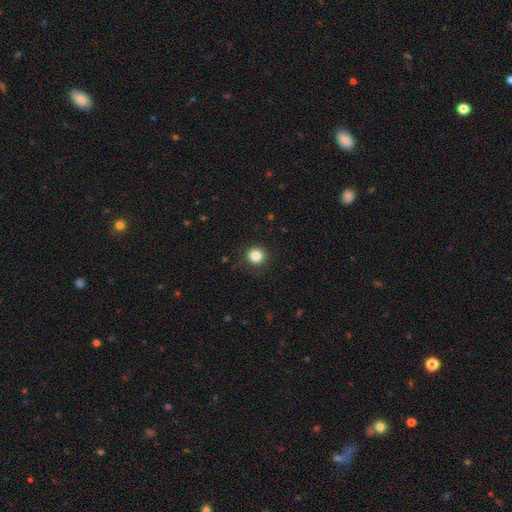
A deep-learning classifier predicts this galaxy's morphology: Overall: smooth (84%). How rounded: round (94%). Merging: none (90%).